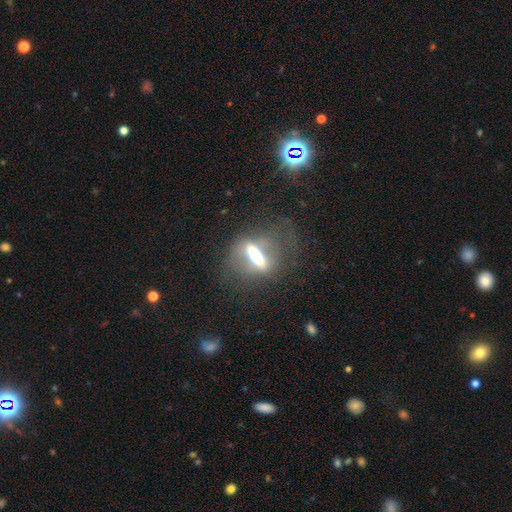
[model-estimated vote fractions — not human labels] Q: Smooth or featured?
A: featured or disk (54%); runner-up: smooth (35%)
Q: Edge-on disk?
A: yes (53%); runner-up: no (47%)
Q: Merging?
A: none (59%); runner-up: major disturbance (23%)